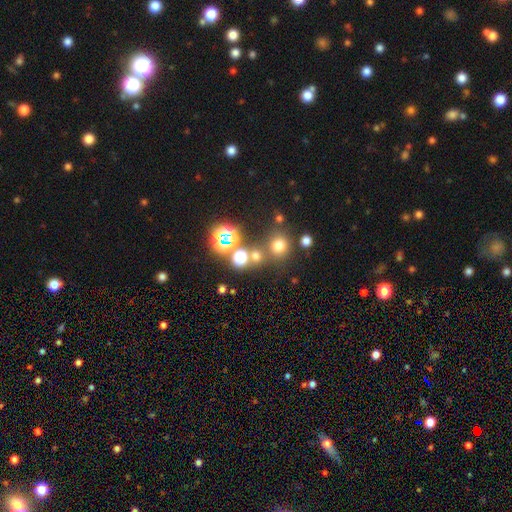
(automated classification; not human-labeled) smooth-or-featured: smooth: 59% | star or artifact: 34% | featured or disk: 7%
  how-rounded: round: 88% | in between: 11% | cigar-shaped: 1%
  merging: none: 68% | merger: 20% | minor disturbance: 8% | major disturbance: 4%